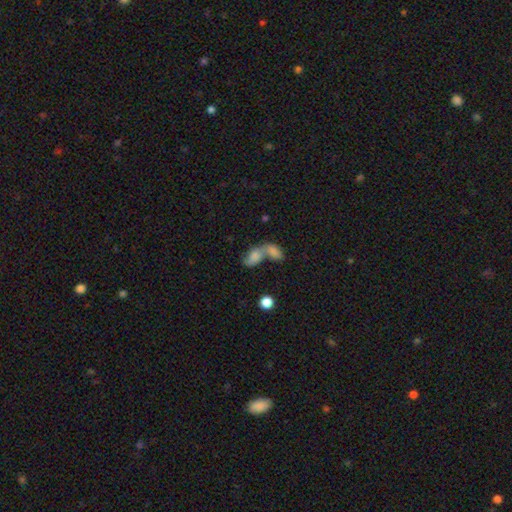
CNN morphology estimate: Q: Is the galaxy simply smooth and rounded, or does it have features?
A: smooth — 67%.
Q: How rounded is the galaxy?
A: in between — 85%.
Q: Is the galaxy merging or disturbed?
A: merger — 71%.